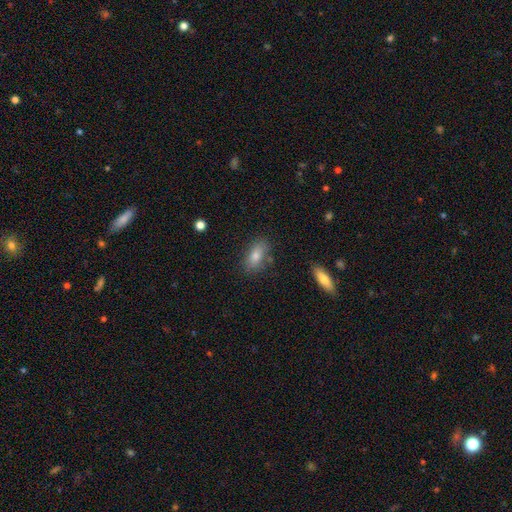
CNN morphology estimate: A smooth galaxy with no disk features (76%) that is in between round and cigar-shaped (84%).

Vote fractions:
- Smooth or featured? smooth: 76% / featured or disk: 15% / star or artifact: 9%
- How rounded? in between: 84% / cigar-shaped: 11% / round: 5%
- Merging? none: 80% / minor disturbance: 13% / merger: 4% / major disturbance: 3%